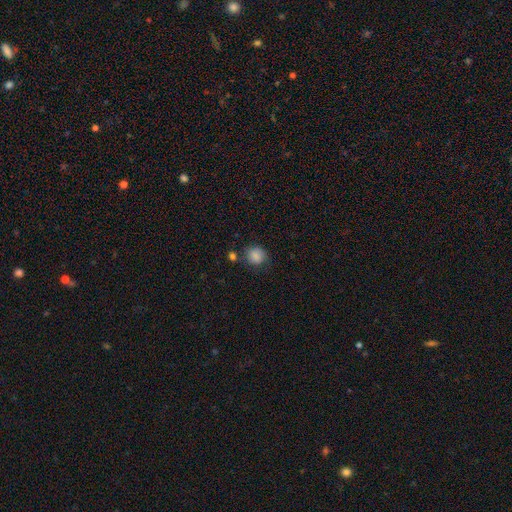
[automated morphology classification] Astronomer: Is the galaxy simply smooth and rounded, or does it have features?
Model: smooth — 85%.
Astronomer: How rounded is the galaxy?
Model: round — 78%.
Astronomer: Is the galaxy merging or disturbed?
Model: none — 70%.